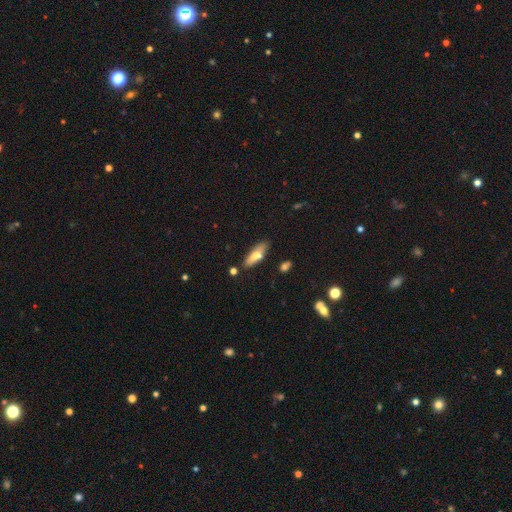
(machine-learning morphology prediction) Smooth or featured? Predicted: smooth (p=0.68). How rounded? Predicted: cigar-shaped (p=0.49). Merging? Predicted: none (p=0.66).